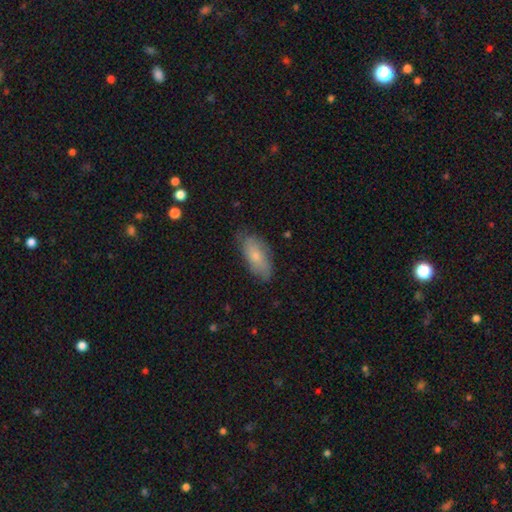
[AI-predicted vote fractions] smooth-or-featured: smooth: 68% | featured or disk: 25% | star or artifact: 6%
  how-rounded: in between: 86% | cigar-shaped: 11% | round: 3%
  merging: none: 72% | minor disturbance: 22% | major disturbance: 5% | merger: 1%